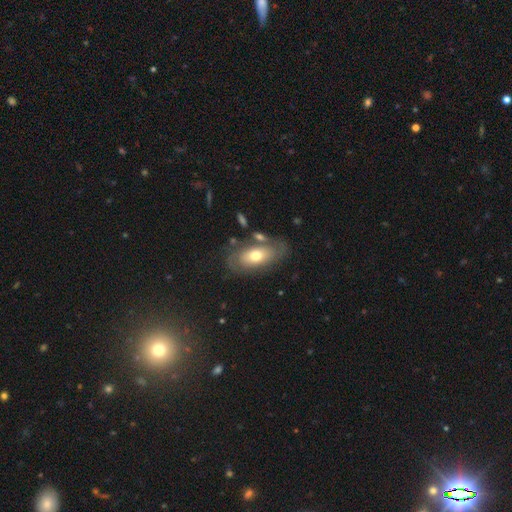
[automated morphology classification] A smooth galaxy with no disk features (55%) that is in between round and cigar-shaped (89%).

Vote fractions:
- Smooth or featured? smooth: 55% / featured or disk: 38% / star or artifact: 7%
- How rounded? in between: 89% / round: 6% / cigar-shaped: 5%
- Merging? none: 65% / minor disturbance: 18% / merger: 9% / major disturbance: 8%